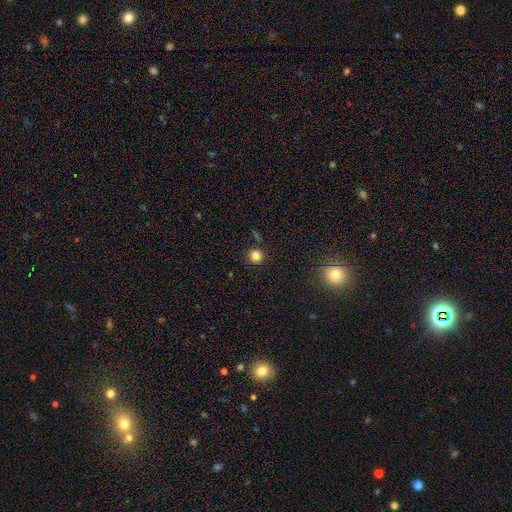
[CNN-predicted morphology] type=smooth (76%); roundness=round (90%); merging=none (79%).